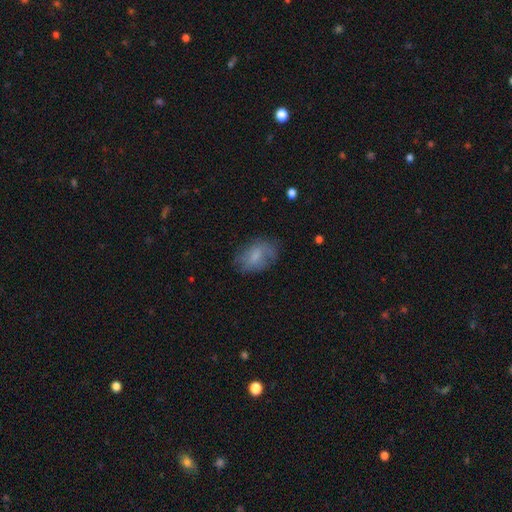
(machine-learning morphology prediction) Smooth or featured? Predicted: smooth (p=0.61). How rounded? Predicted: in between (p=0.86). Merging? Predicted: none (p=0.63).